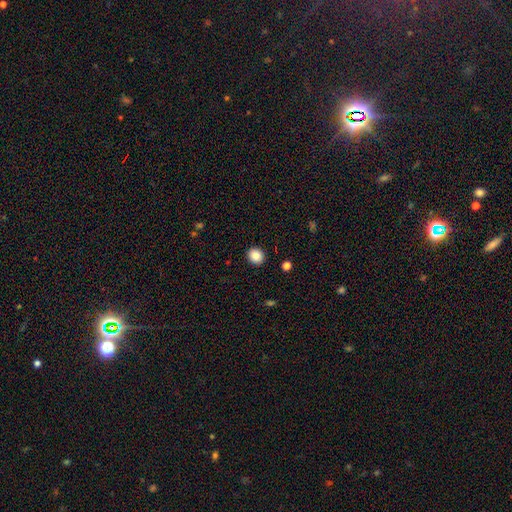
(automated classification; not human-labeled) smooth-or-featured: smooth: 87% | star or artifact: 9% | featured or disk: 4%
  how-rounded: round: 82% | in between: 17% | cigar-shaped: 1%
  merging: none: 91% | minor disturbance: 6% | major disturbance: 2% | merger: 1%